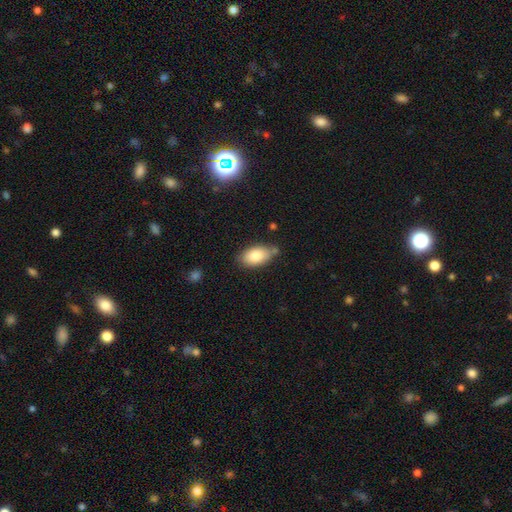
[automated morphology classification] A smooth galaxy with no disk features (85%) that is in between round and cigar-shaped (93%). Merging: none (70%).